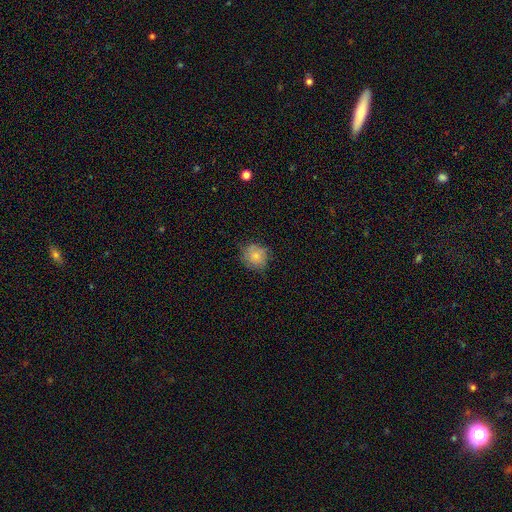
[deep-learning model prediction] The model was most divided on "merging": none: 70%, minor disturbance: 23%, major disturbance: 6%, merger: 1%. More confident: how rounded — round (84%); smooth or featured — smooth (76%).